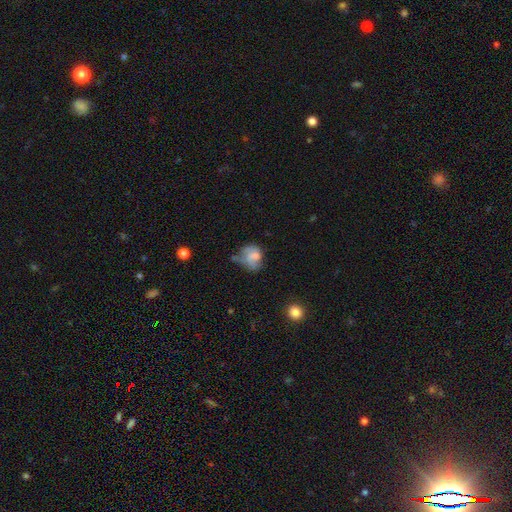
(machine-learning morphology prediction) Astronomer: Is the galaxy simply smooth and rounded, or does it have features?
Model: smooth — 53% (runner-up: featured or disk, 37%).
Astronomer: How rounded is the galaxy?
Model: round — 53% (runner-up: in between, 46%).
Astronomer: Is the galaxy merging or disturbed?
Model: none — 33% (runner-up: minor disturbance, 31%).